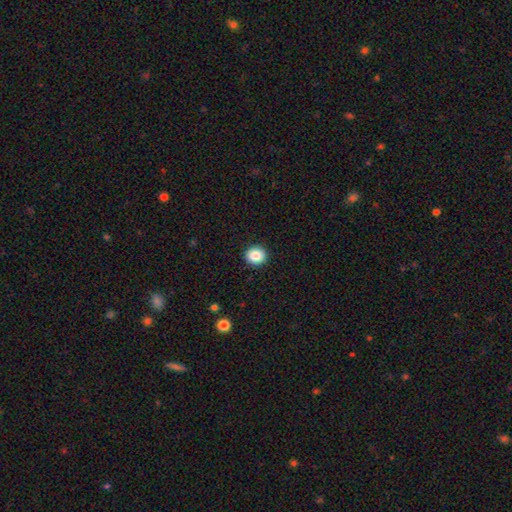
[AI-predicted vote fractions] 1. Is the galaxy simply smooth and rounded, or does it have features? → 87% smooth, 9% star or artifact, 4% featured or disk.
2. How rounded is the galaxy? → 85% round, 14% in between, 1% cigar-shaped.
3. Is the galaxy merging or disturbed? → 92% none, 5% minor disturbance, 2% major disturbance, 1% merger.